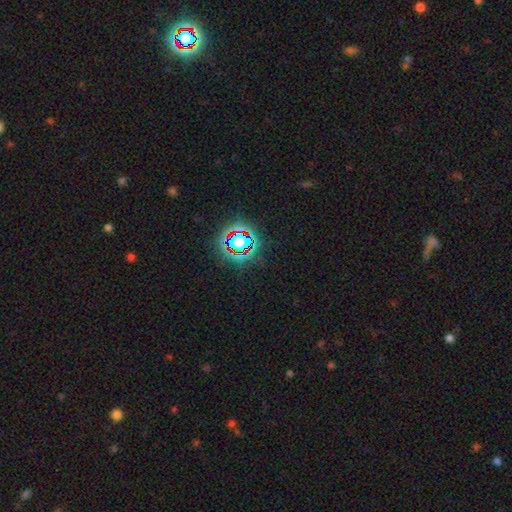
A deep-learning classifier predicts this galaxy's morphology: Smooth or featured? Predicted: star or artifact (p=0.77).